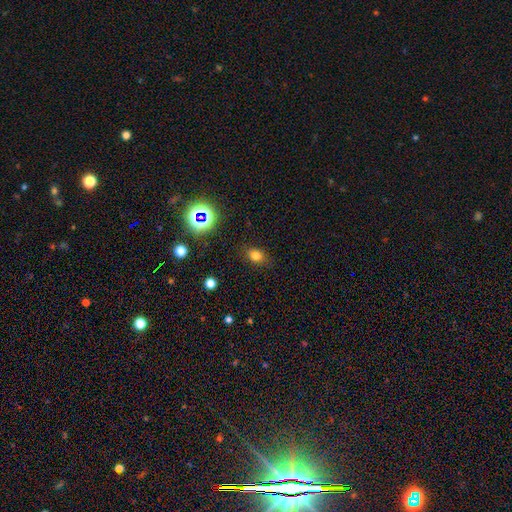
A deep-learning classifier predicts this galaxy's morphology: smooth-or-featured: smooth: 75% | star or artifact: 17% | featured or disk: 8%
  how-rounded: in between: 60% | round: 38% | cigar-shaped: 2%
  merging: none: 83% | minor disturbance: 12% | major disturbance: 3% | merger: 1%